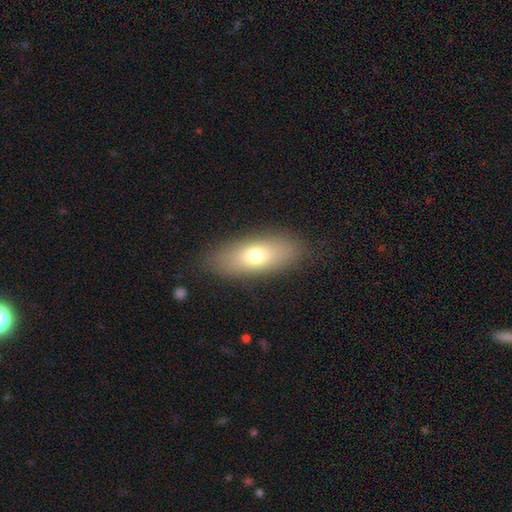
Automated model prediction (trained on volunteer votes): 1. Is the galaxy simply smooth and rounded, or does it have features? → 70% smooth, 21% featured or disk, 8% star or artifact.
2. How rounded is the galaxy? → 76% in between, 20% cigar-shaped, 4% round.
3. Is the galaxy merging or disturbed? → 85% none, 10% minor disturbance, 4% major disturbance, 1% merger.